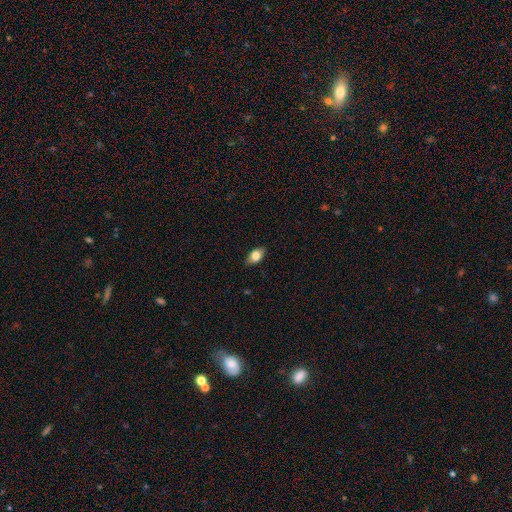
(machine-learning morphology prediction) A smooth galaxy with no disk features (77%) that is in between round and cigar-shaped (87%).

Vote fractions:
- Smooth or featured? smooth: 77% / featured or disk: 15% / star or artifact: 8%
- How rounded? in between: 87% / round: 10% / cigar-shaped: 3%
- Merging? none: 85% / minor disturbance: 12% / major disturbance: 2% / merger: 1%